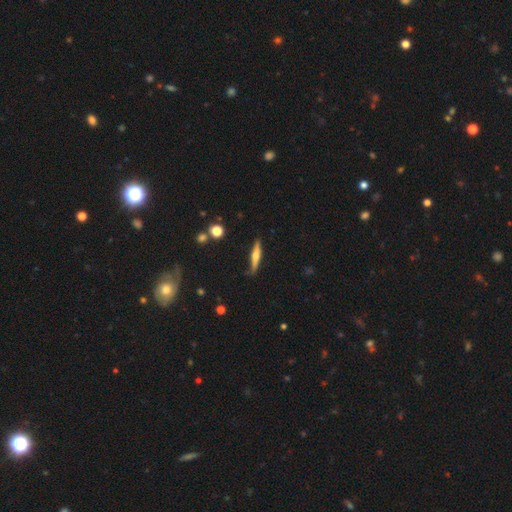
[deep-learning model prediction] A featured or disk galaxy (59%) viewed edge-on (96%) with a rounded central bulge (87%). Merging: none (82%).